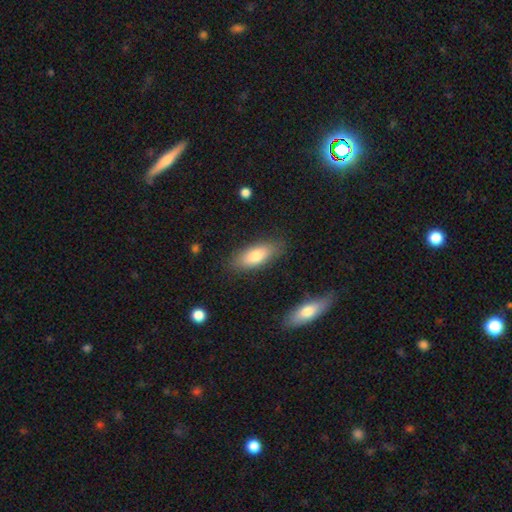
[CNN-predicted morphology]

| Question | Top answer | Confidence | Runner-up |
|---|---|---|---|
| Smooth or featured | smooth | 77% | featured or disk (16%) |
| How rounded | in between | 77% | cigar-shaped (20%) |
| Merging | none | 83% | minor disturbance (12%) |